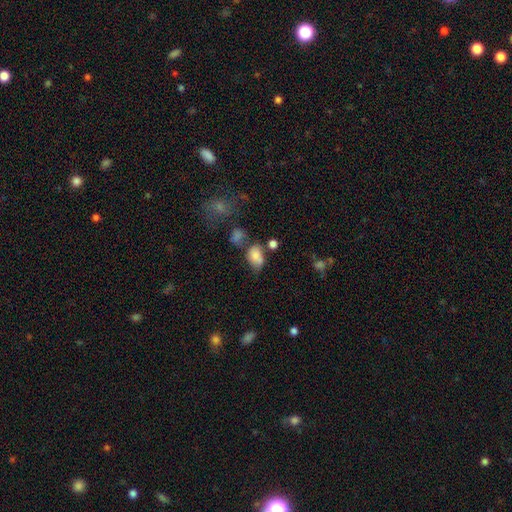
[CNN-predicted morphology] type=smooth (76%); roundness=in between (80%); merging=none (38%).